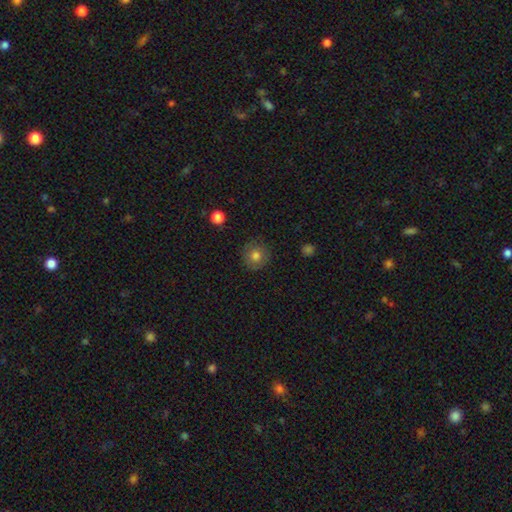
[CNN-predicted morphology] smooth_or_featured: smooth (p=0.77) [alt: featured or disk p=0.13]
how_rounded: round (p=0.93) [alt: in between p=0.06]
merging: none (p=0.87) [alt: minor disturbance p=0.09]